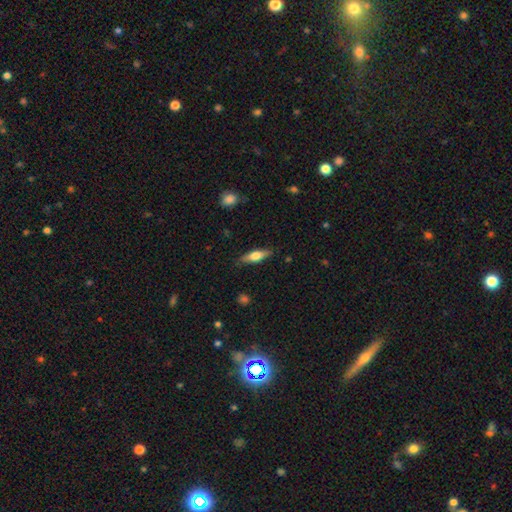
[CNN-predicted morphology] Smooth or featured: smooth — 60% (featured or disk — 34%)
How rounded: cigar-shaped — 52% (in between — 45%)
Merging: none — 84% (minor disturbance — 12%)